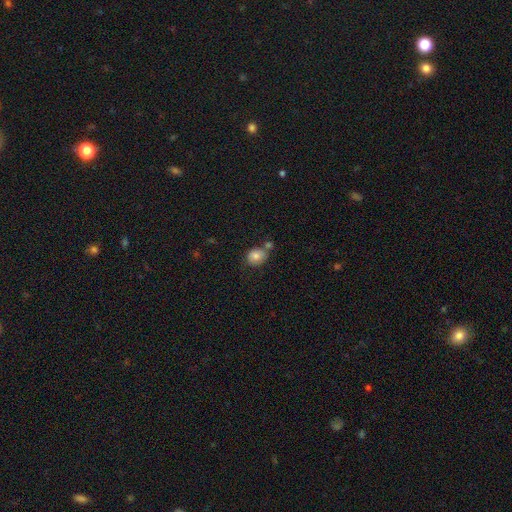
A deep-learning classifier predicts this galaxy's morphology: This is clearly a smooth galaxy (82%). How rounded: likely round (64%). Merging: possibly none (59%).